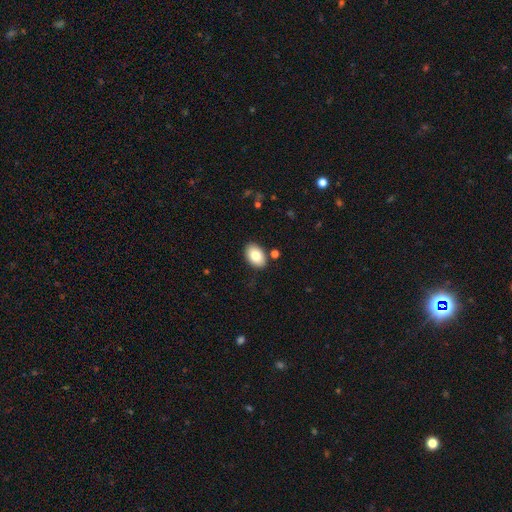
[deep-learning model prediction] smooth-or-featured: smooth: 81% | featured or disk: 12% | star or artifact: 7%
  how-rounded: in between: 89% | round: 10% | cigar-shaped: 1%
  merging: none: 85% | minor disturbance: 9% | merger: 3% | major disturbance: 2%